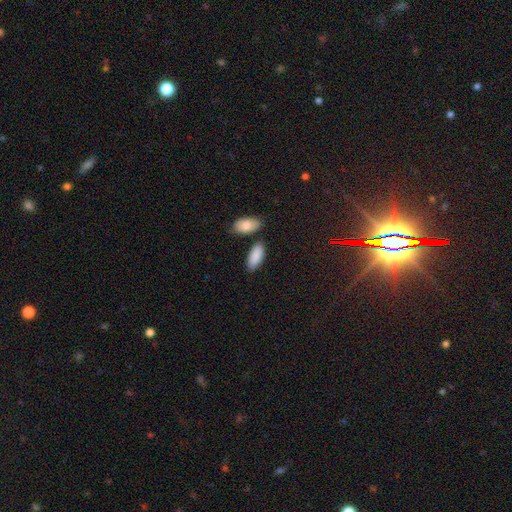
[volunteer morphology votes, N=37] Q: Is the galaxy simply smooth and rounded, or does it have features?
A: smooth — 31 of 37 (84%).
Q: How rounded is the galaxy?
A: in between — 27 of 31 (87%).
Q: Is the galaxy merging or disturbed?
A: none — 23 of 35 (66%).